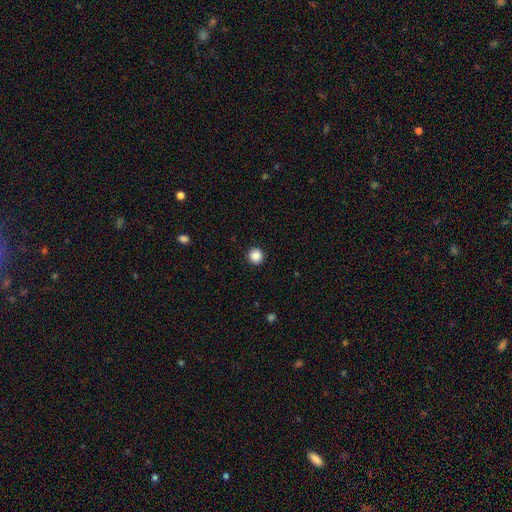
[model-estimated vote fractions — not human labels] This is clearly a smooth galaxy (87%). How rounded: clearly round (93%). Merging: clearly none (92%).